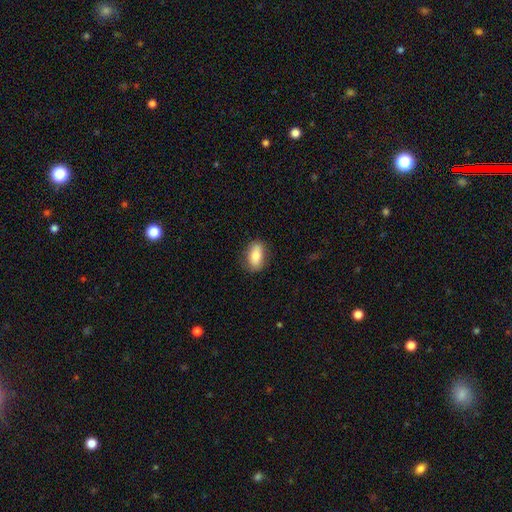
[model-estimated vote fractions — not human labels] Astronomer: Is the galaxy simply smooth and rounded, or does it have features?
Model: smooth — 80%.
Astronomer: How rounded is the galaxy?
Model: in between — 86%.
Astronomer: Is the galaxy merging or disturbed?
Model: none — 82%.